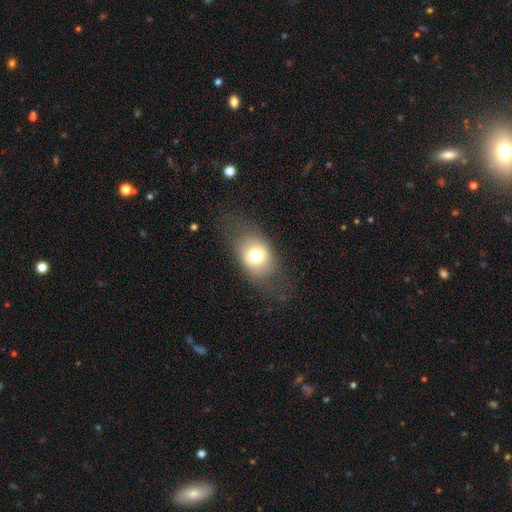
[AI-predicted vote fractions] Overall: smooth (70%). How rounded: in between (70%). Merging: none (67%).